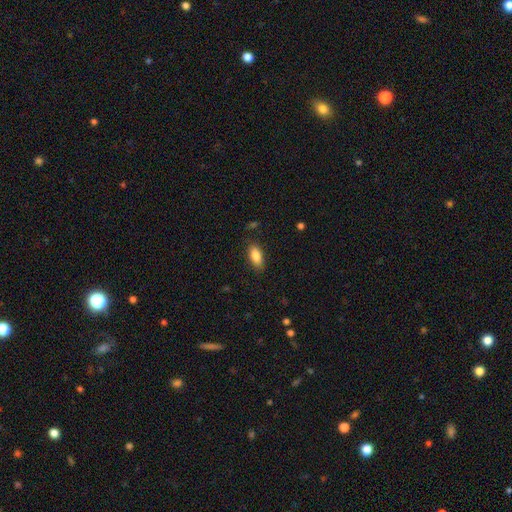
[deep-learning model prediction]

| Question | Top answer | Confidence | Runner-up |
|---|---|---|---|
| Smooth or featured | smooth | 86% | featured or disk (7%) |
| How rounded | in between | 88% | cigar-shaped (9%) |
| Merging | none | 83% | minor disturbance (13%) |